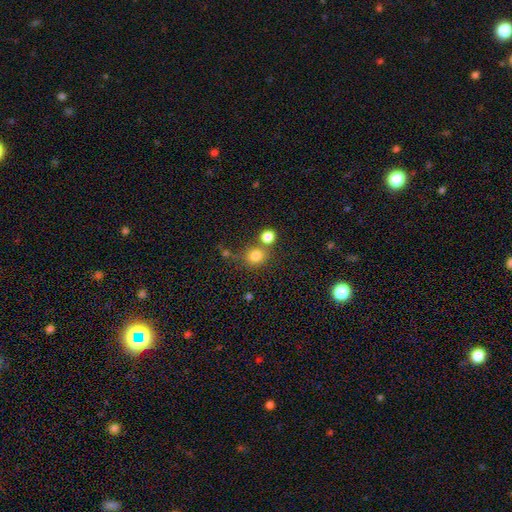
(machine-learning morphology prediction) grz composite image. It shows a smooth galaxy with no disk features (79%) that is round (81%). Merging: none (62%).